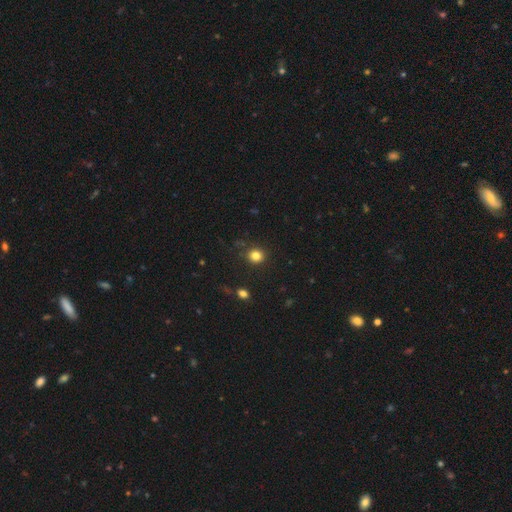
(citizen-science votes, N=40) Smooth or featured: smooth — 78% (star or artifact — 12%)
How rounded: round — 90% (in between — 10%)
Merging: none — 83% (minor disturbance — 14%)